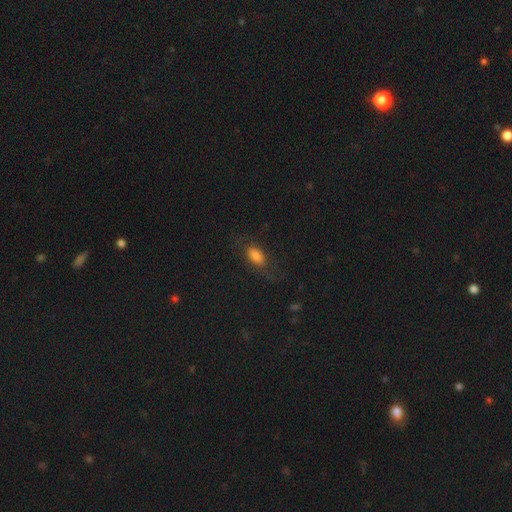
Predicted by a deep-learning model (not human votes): A smooth galaxy with no disk features (74%) that is in between round and cigar-shaped (87%). Merging: none (67%).